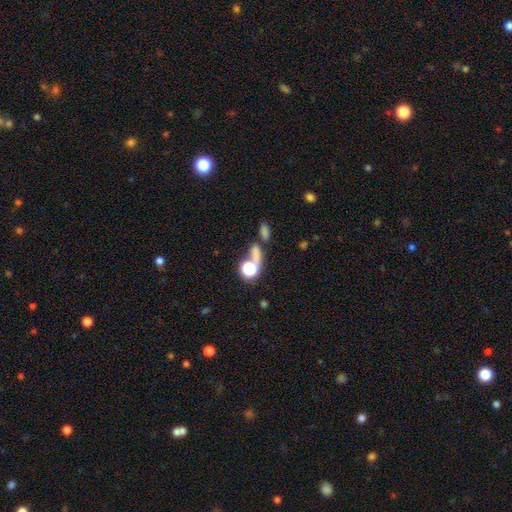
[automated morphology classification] Smooth or featured: smooth — 58% (star or artifact — 29%)
How rounded: round — 43% (tied with in between — 43%)
Merging: none — 41% (merger — 35%)